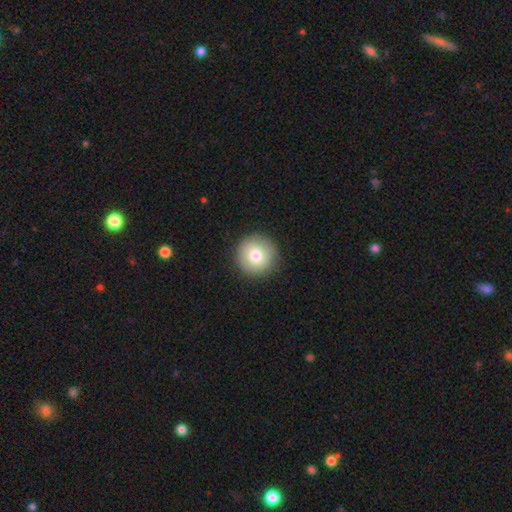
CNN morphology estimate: A smooth galaxy with no disk features (78%) that is round (96%). Merging: none (90%).